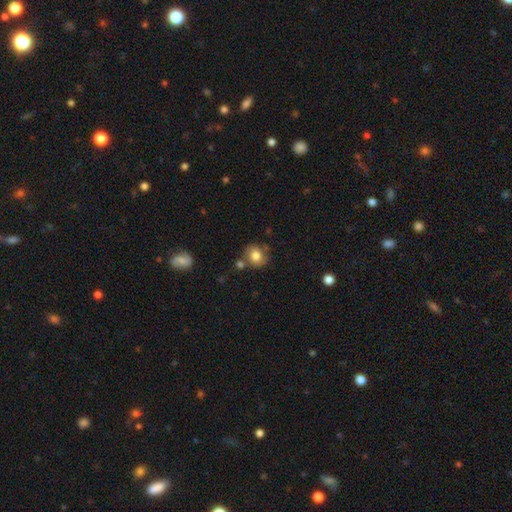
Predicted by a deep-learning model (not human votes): Morphology: type=smooth (78%); roundness=round (80%); merging=none (69%).